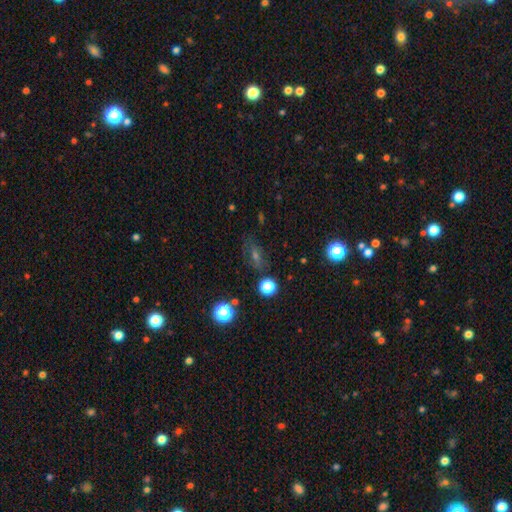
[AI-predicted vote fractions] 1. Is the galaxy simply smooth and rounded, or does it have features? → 41% smooth, 32% star or artifact, 27% featured or disk.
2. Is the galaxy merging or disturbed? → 73% none, 16% minor disturbance, 8% major disturbance, 4% merger.